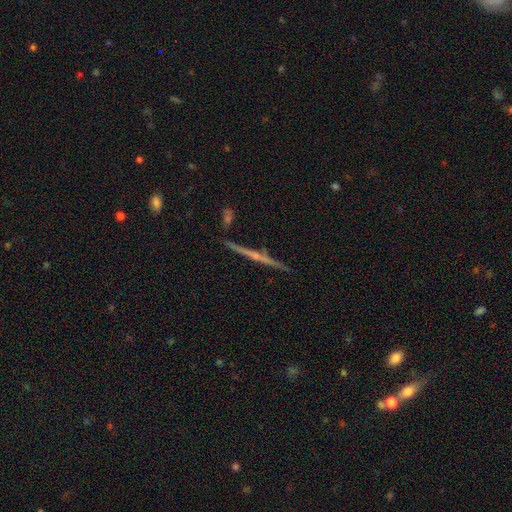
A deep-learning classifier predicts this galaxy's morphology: Smooth or featured?
  - featured or disk: 75% *
  - smooth: 18%
  - star or artifact: 7%
Edge-on disk?
  - yes: 98% *
  - no: 2%
Edge-on bulge?
  - rounded: 50% *
  - none: 42%
  - boxy: 8%
Merging?
  - none: 88% *
  - minor disturbance: 8%
  - merger: 3%
  - major disturbance: 2%